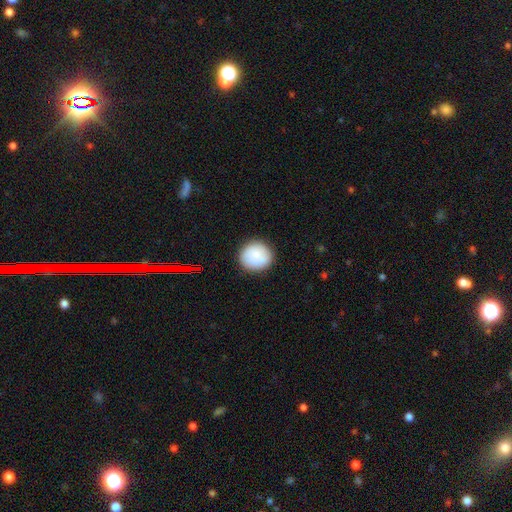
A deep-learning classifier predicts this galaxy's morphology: Smooth or featured? smooth (84%)
How rounded? round (89%)
Merging? none (88%)